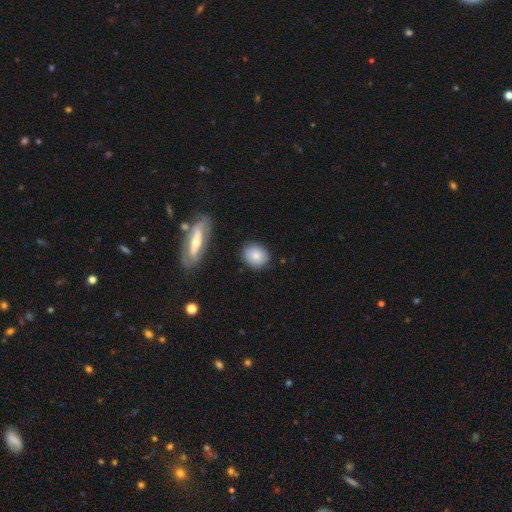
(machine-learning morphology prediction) Smooth or featured? smooth (79%)
How rounded? round (52%)
Merging? none (82%)